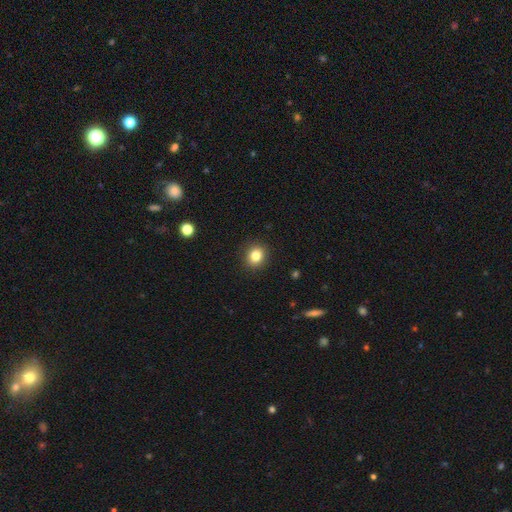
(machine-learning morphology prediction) smooth 83%, star or artifact 11%, featured or disk 6%. Down the decision tree: how rounded — round (75%); merging — none (90%).